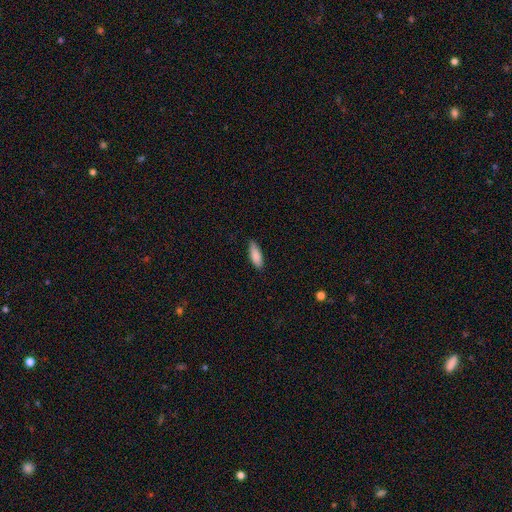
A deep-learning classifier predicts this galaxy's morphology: The model was most divided on "how rounded": in between: 62%, cigar-shaped: 36%, round: 2%. More confident: smooth or featured — smooth (87%); merging — none (83%).